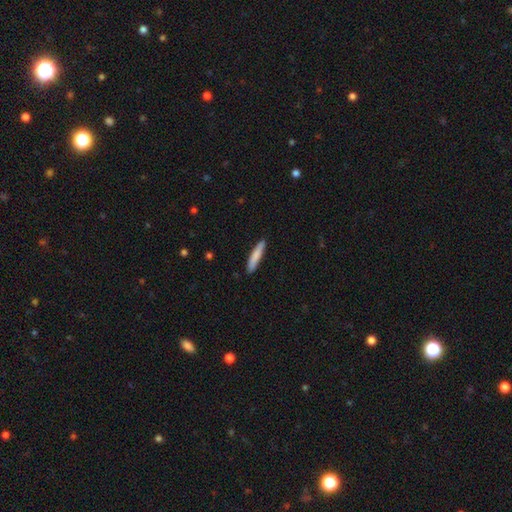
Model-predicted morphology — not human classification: This appears to be a smooth galaxy with no disk features (82%) that is cigar-shaped (91%). Merging: none (89%).